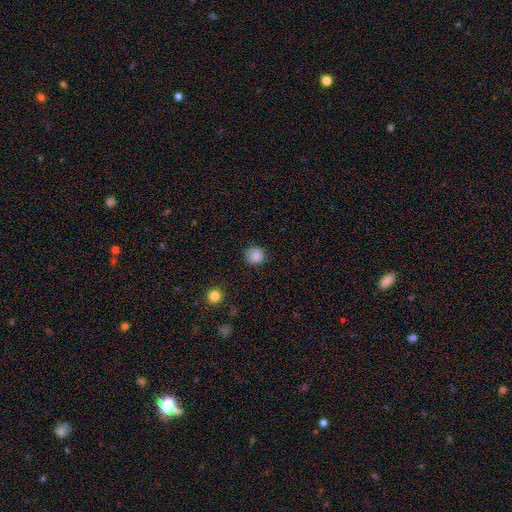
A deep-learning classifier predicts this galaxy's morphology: smooth 86%, star or artifact 10%, featured or disk 4%. Down the decision tree: how rounded — round (87%); merging — none (84%).